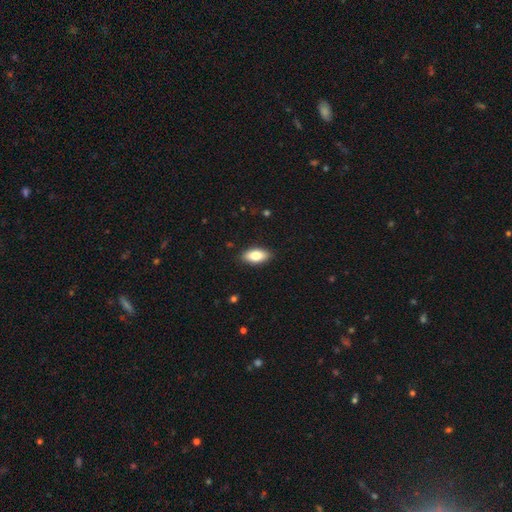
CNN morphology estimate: This appears to be a smooth galaxy with no disk features (81%) that is in between round and cigar-shaped (89%). Merging: none (88%).